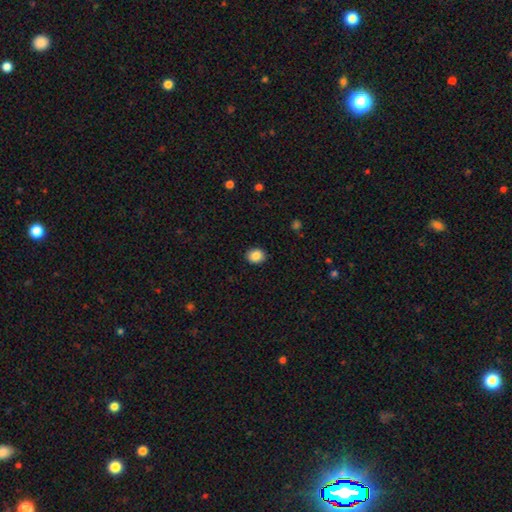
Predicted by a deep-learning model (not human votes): Morphology: type=smooth (87%); roundness=round (62%); merging=none (90%).